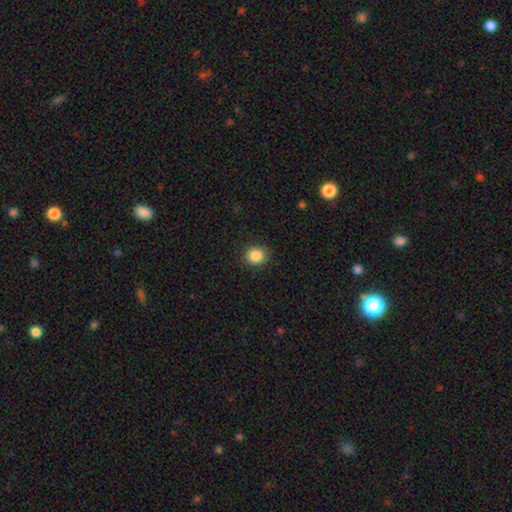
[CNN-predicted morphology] Smooth or featured? Predicted: smooth (p=0.87). How rounded? Predicted: round (p=0.77). Merging? Predicted: none (p=0.89).